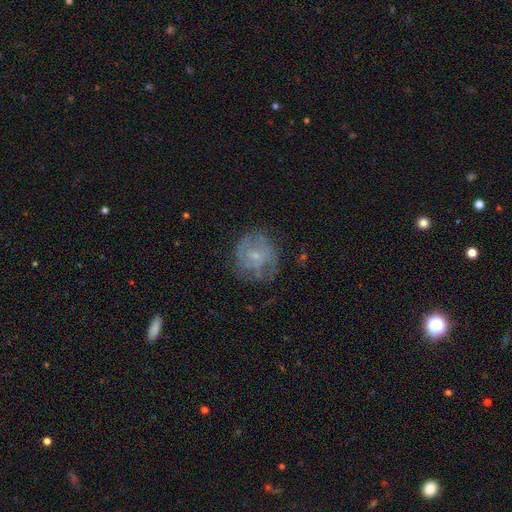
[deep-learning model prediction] Smooth or featured? Predicted: featured or disk (p=0.63). Edge-on disk? Predicted: no (p=0.98). Bar? Predicted: no (p=0.64). Spiral arms? Predicted: yes (p=0.71). Bulge size? Predicted: small (p=0.70). Merging? Predicted: none (p=0.62).